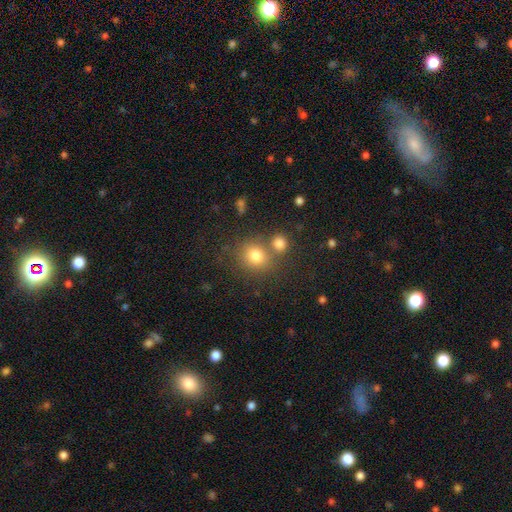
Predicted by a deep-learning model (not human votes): A smooth galaxy with no disk features (78%) that is round (80%).

Vote fractions:
- Smooth or featured? smooth: 78% / star or artifact: 13% / featured or disk: 8%
- How rounded? round: 80% / in between: 19% / cigar-shaped: 1%
- Merging? none: 63% / merger: 24% / minor disturbance: 9% / major disturbance: 4%